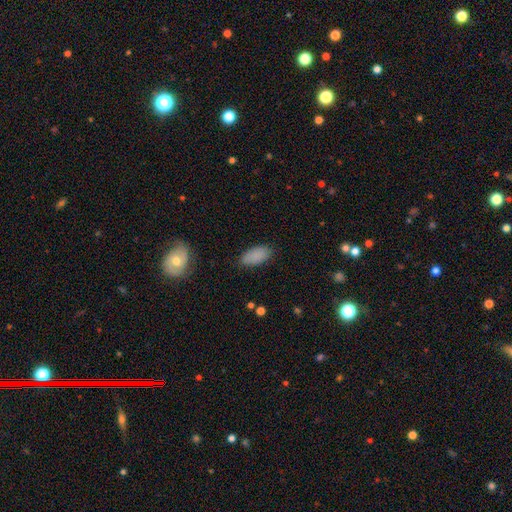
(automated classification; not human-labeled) Overall: smooth (87%). How rounded: in between (91%). Merging: none (83%).